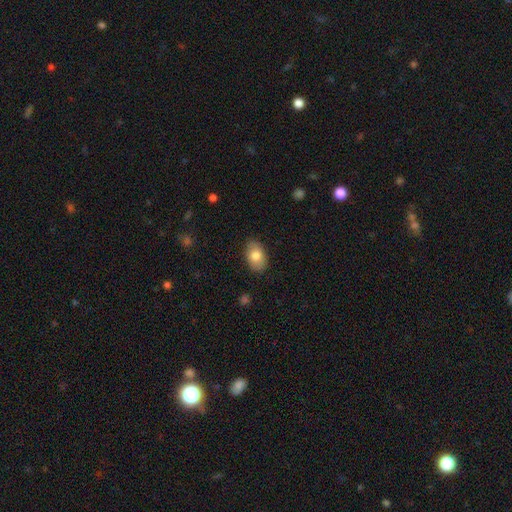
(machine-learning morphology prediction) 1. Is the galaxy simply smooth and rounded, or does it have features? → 80% smooth, 13% featured or disk, 7% star or artifact.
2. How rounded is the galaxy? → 89% in between, 10% round, 1% cigar-shaped.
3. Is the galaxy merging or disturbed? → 86% none, 11% minor disturbance, 2% major disturbance, 1% merger.